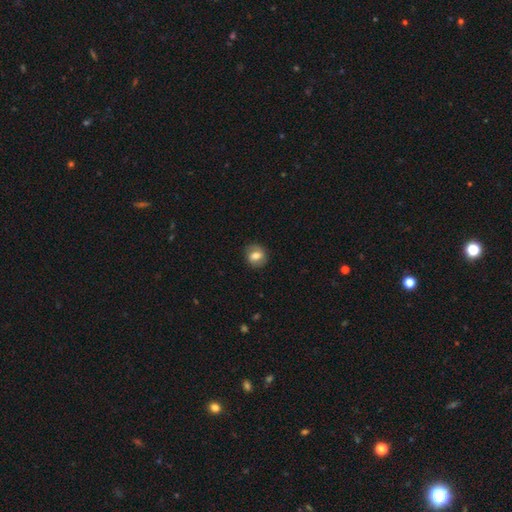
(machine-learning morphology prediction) Smooth or featured? Predicted: smooth (p=0.63). How rounded? Predicted: round (p=0.63). Merging? Predicted: none (p=0.82).